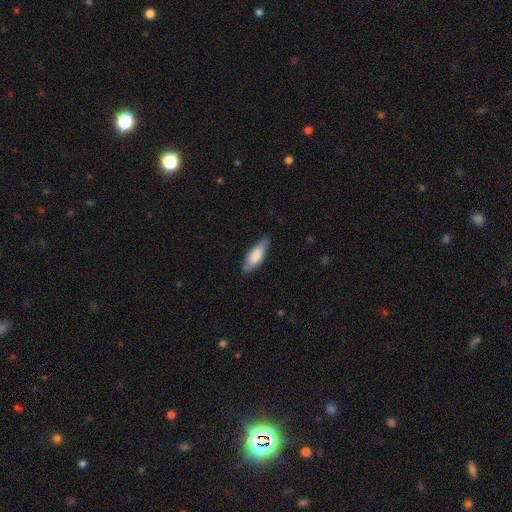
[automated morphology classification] Q: Smooth or featured?
A: smooth (73%); runner-up: featured or disk (22%)
Q: How rounded?
A: in between (65%); runner-up: cigar-shaped (33%)
Q: Merging?
A: none (79%); runner-up: minor disturbance (17%)